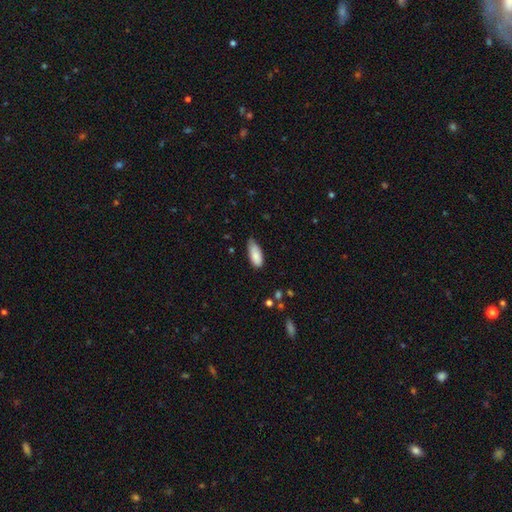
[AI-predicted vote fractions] This appears to be a smooth galaxy with no disk features (86%) that is in between round and cigar-shaped (84%). Merging: none (54%).